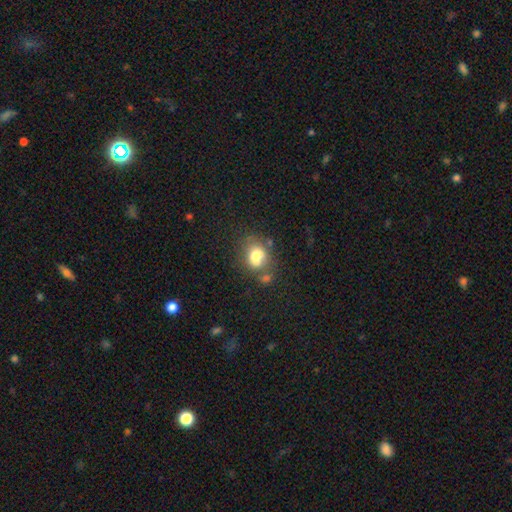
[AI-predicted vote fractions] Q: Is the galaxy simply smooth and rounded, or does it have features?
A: smooth — 70%.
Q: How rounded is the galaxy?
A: round — 54%.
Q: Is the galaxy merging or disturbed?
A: none — 40%.